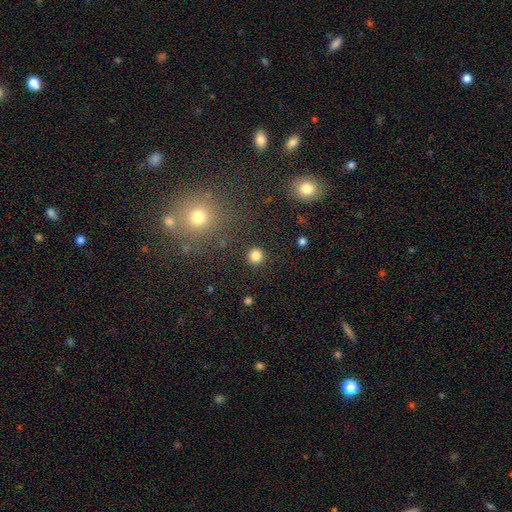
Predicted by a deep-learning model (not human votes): smooth_or_featured: smooth (p=0.83) [alt: star or artifact p=0.13]
how_rounded: round (p=0.94) [alt: in between p=0.05]
merging: none (p=0.91) [alt: minor disturbance p=0.05]